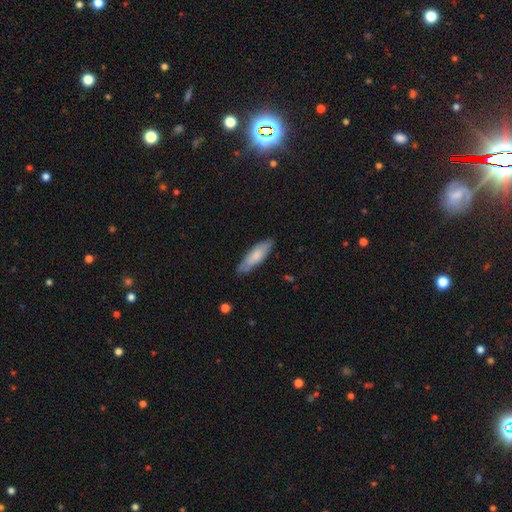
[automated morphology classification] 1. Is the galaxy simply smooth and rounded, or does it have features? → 74% smooth, 20% featured or disk, 6% star or artifact.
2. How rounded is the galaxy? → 51% cigar-shaped, 47% in between, 1% round.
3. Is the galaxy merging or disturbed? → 75% none, 20% minor disturbance, 3% major disturbance, 2% merger.